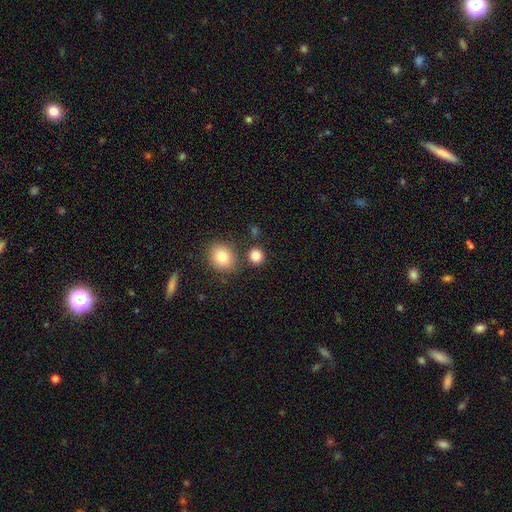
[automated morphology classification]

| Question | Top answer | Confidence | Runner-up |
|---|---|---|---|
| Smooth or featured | smooth | 84% | star or artifact (11%) |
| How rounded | round | 84% | in between (15%) |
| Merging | none | 80% | merger (9%) |